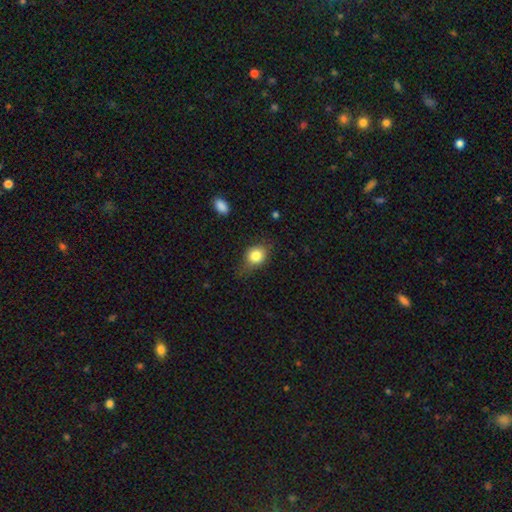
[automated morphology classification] The model was most divided on "how rounded": round: 55%, in between: 44%, cigar-shaped: 2%. More confident: smooth or featured — smooth (81%); merging — none (62%).